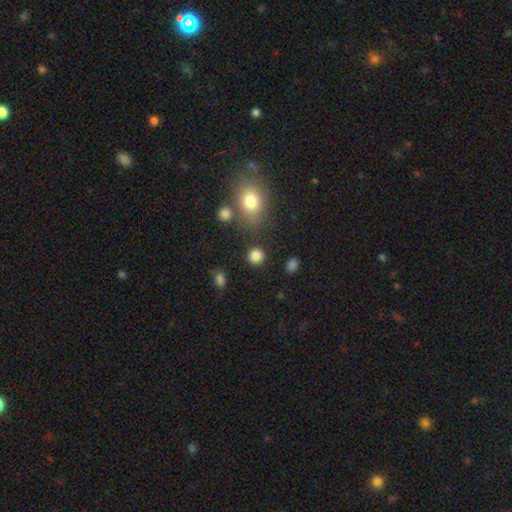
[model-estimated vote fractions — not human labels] Smooth or featured: smooth — 84% (star or artifact — 11%)
How rounded: round — 88% (in between — 11%)
Merging: none — 85% (minor disturbance — 8%)